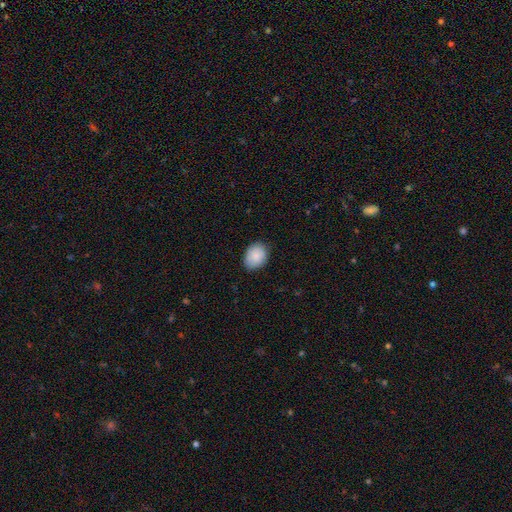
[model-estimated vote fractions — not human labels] This appears to be a smooth galaxy with no disk features (87%) that is in between round and cigar-shaped (66%). Merging: none (82%).